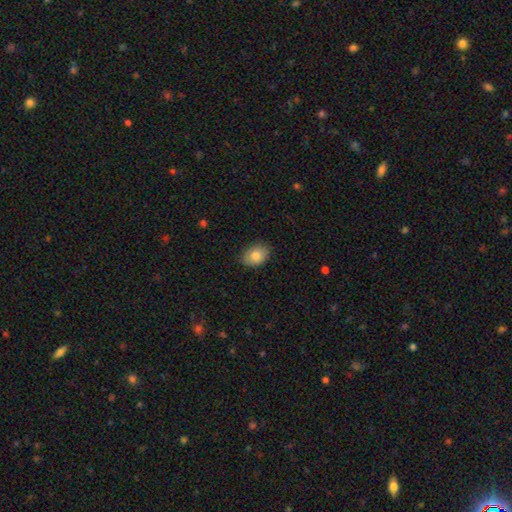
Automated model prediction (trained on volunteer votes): Morphology: type=smooth (85%); roundness=in between (78%); merging=none (85%).